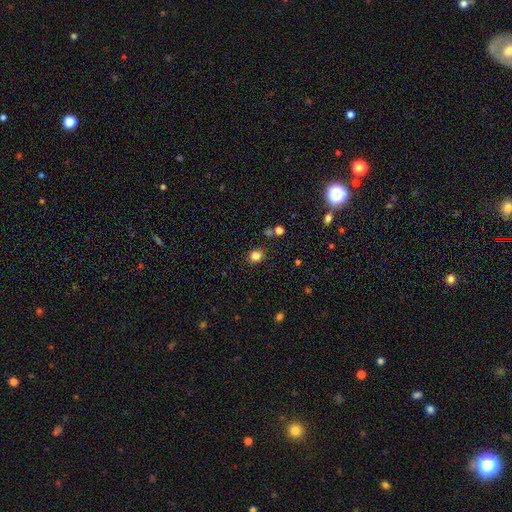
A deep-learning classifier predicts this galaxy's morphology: smooth_or_featured: smooth (p=0.81) [alt: star or artifact p=0.13]
how_rounded: round (p=0.76) [alt: in between p=0.23]
merging: none (p=0.87) [alt: minor disturbance p=0.08]